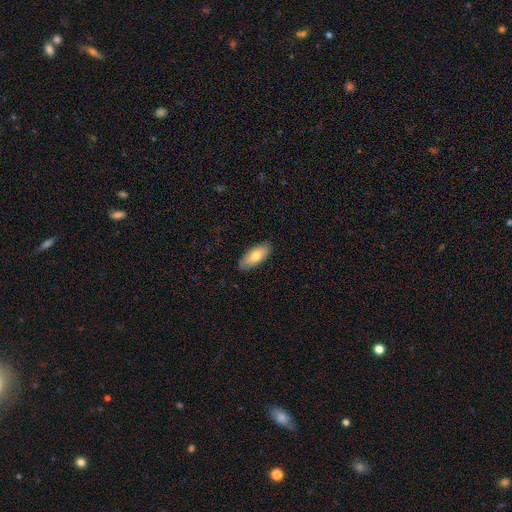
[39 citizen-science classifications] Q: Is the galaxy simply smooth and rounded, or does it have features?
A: smooth — 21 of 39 (54%).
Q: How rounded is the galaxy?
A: in between — 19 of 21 (90%).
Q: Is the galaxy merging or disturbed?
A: none — 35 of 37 (95%).